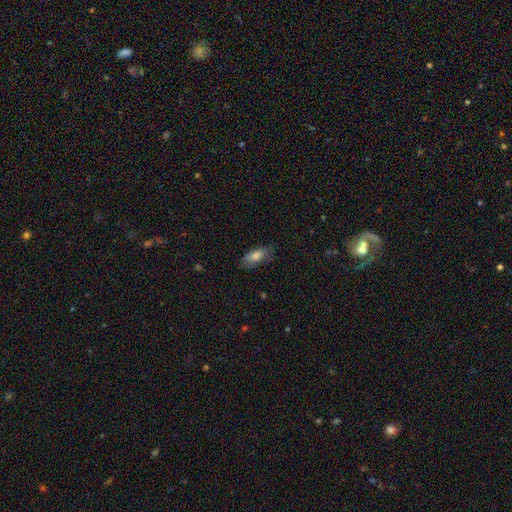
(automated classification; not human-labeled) This appears to be a smooth galaxy with no disk features (72%) that is in between round and cigar-shaped (78%). Merging: none (77%).